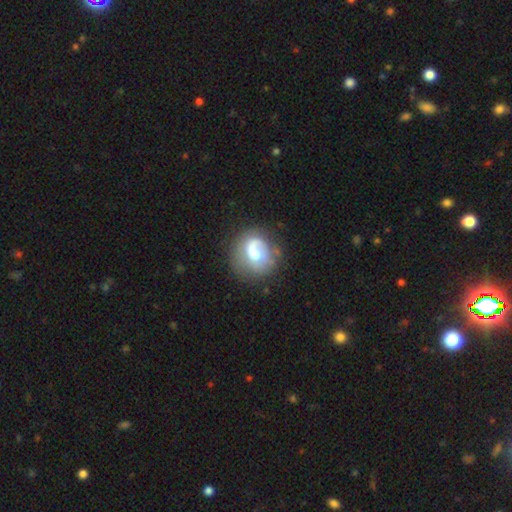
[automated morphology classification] A featured or disk galaxy (47%).

Vote fractions:
- Smooth or featured? featured or disk: 47% / smooth: 45% / star or artifact: 8%
- Merging? none: 54% / major disturbance: 21% / minor disturbance: 21% / merger: 4%